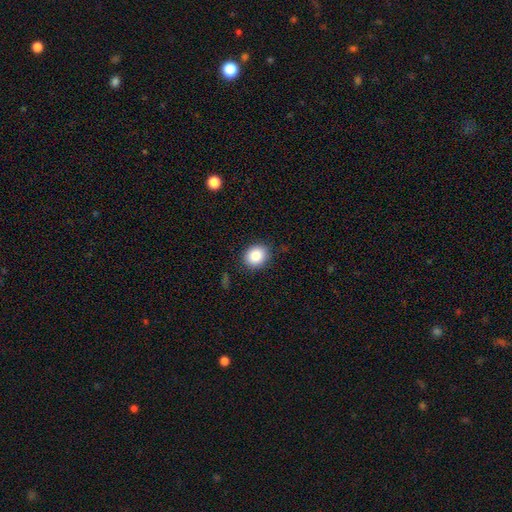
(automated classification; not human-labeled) This is clearly a smooth galaxy (87%). How rounded: likely round (72%). Merging: clearly none (86%).